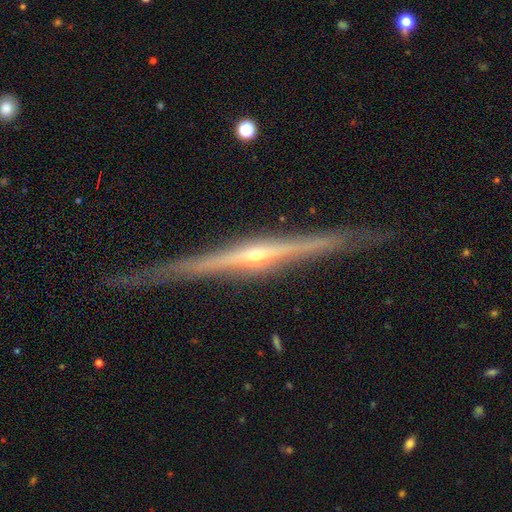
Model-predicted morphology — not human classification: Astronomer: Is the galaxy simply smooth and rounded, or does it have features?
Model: featured or disk — 89%.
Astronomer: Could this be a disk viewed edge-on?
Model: yes — 98%.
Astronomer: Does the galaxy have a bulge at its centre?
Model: rounded — 84%.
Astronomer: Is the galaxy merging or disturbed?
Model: none — 88%.